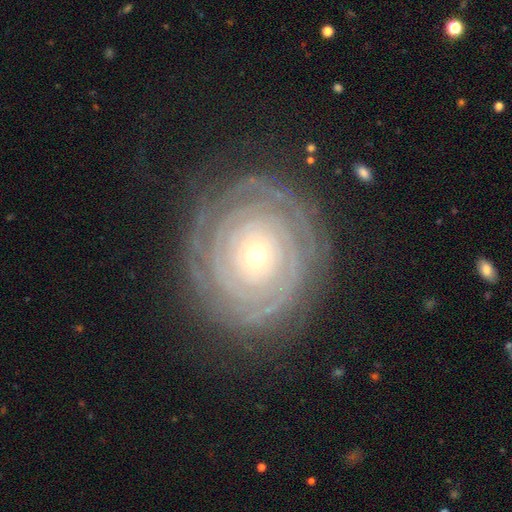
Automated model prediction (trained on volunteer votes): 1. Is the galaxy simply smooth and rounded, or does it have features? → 83% featured or disk, 10% smooth, 7% star or artifact.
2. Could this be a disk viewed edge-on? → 97% no, 3% yes.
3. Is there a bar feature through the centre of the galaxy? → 83% no, 11% weak, 6% strong.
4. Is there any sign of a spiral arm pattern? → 93% yes, 7% no.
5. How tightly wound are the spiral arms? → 90% tight, 7% medium, 2% loose.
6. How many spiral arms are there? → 33% can't tell, 20% 2, 14% more than 4, 14% 3, 13% 4, 7% 1.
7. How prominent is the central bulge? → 61% small, 35% moderate, 2% large, 1% dominant, 1% none.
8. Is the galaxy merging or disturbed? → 81% none, 12% minor disturbance, 5% major disturbance, 1% merger.